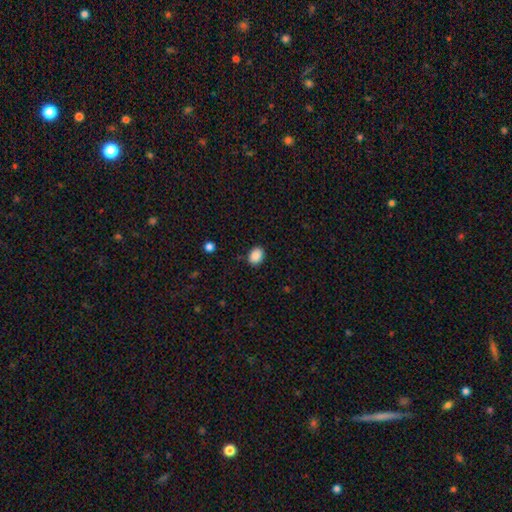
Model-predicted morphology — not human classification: smooth_or_featured: smooth (p=0.89) [alt: star or artifact p=0.08]
how_rounded: in between (p=0.65) [alt: round p=0.34]
merging: none (p=0.86) [alt: minor disturbance p=0.10]